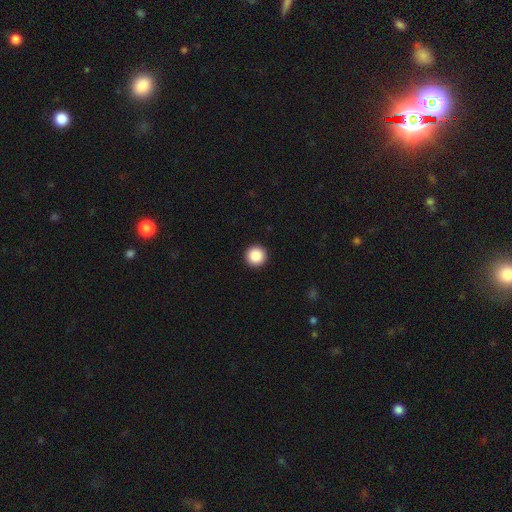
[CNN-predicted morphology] Overall: smooth (88%). How rounded: round (97%). Merging: none (94%).